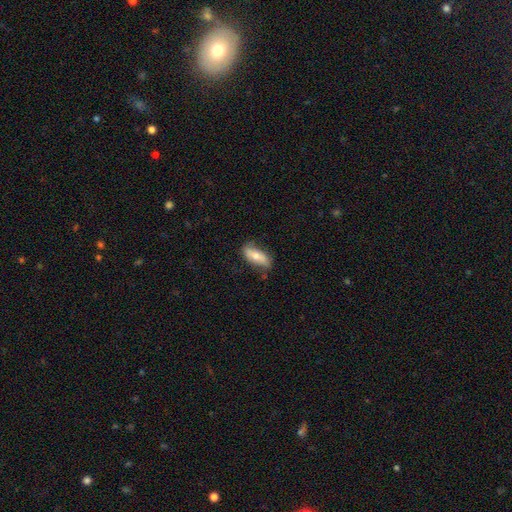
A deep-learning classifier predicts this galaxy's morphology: The model was most divided on "smooth or featured": smooth: 62%, featured or disk: 32%, star or artifact: 6%. More confident: how rounded — in between (76%); merging — none (68%).